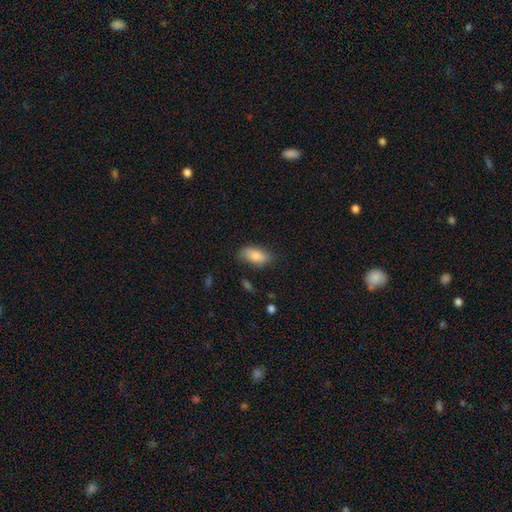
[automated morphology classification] Smooth or featured: smooth — 85% (featured or disk — 8%)
How rounded: in between — 89% (cigar-shaped — 8%)
Merging: none — 74% (minor disturbance — 19%)